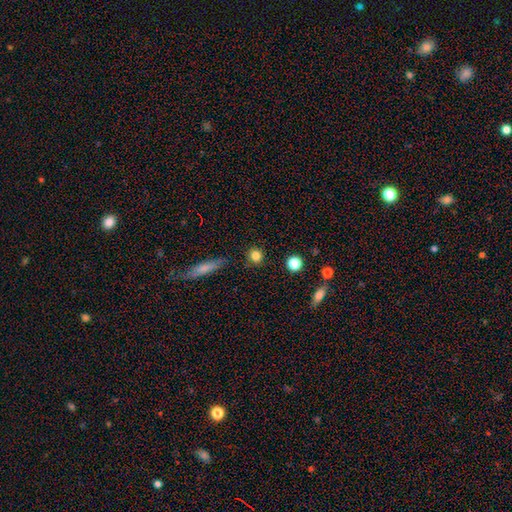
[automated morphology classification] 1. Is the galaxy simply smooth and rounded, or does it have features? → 83% smooth, 11% star or artifact, 6% featured or disk.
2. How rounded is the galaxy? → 89% round, 9% in between, 2% cigar-shaped.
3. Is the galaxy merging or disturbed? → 88% none, 7% minor disturbance, 2% major disturbance, 2% merger.